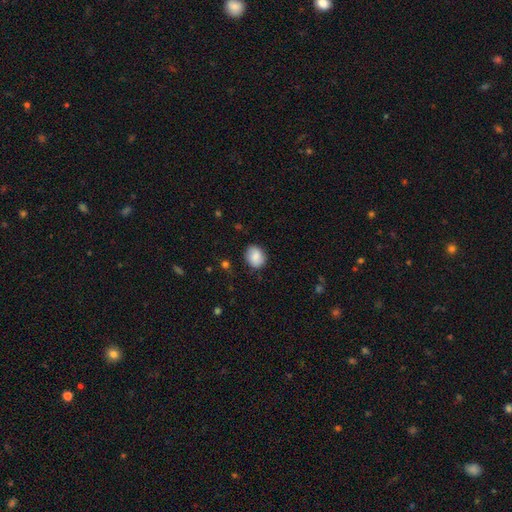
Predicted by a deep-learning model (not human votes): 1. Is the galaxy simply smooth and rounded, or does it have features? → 84% smooth, 8% featured or disk, 7% star or artifact.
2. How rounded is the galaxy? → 57% round, 42% in between, 1% cigar-shaped.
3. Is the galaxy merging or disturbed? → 81% none, 14% minor disturbance, 3% major disturbance, 1% merger.